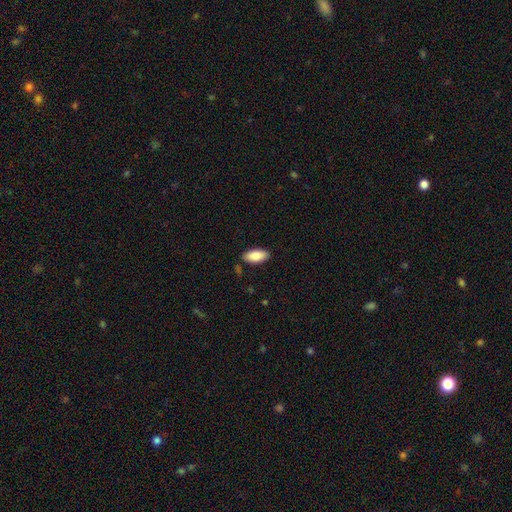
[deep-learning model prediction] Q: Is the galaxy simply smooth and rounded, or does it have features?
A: smooth — 86%.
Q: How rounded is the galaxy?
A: in between — 91%.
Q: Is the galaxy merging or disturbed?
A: none — 86%.